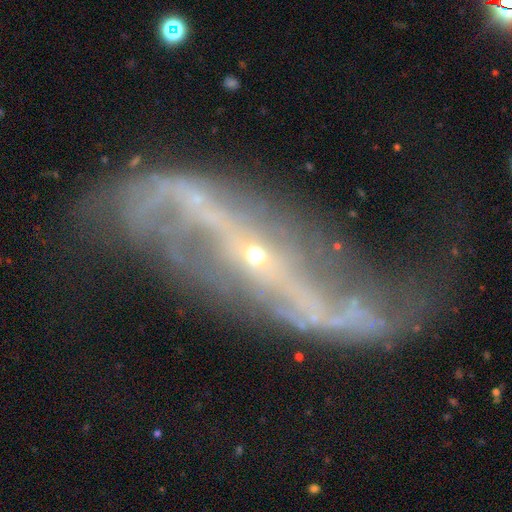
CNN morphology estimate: Q: Smooth or featured?
A: featured or disk (83%); runner-up: smooth (9%)
Q: Edge-on disk?
A: no (82%); runner-up: yes (18%)
Q: Bar?
A: no (46%); runner-up: strong (30%)
Q: Spiral arms?
A: yes (71%); runner-up: no (29%)
Q: Bulge size?
A: small (82%); runner-up: moderate (12%)
Q: Merging?
A: none (39%); runner-up: major disturbance (31%)